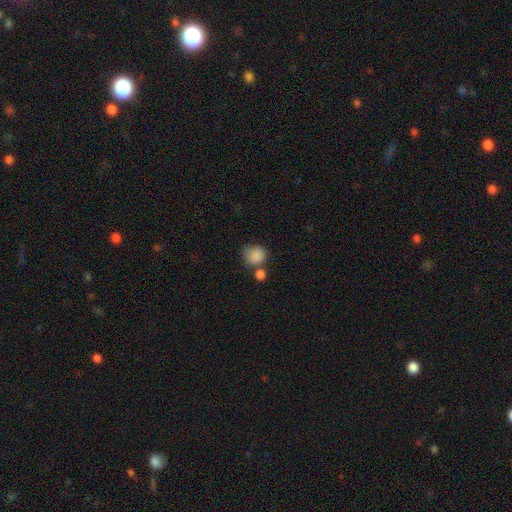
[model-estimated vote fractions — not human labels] Smooth or featured?
  - smooth: 86% *
  - star or artifact: 9%
  - featured or disk: 5%
How rounded?
  - round: 83% *
  - in between: 16%
  - cigar-shaped: 1%
Merging?
  - none: 55% *
  - merger: 24%
  - minor disturbance: 15%
  - major disturbance: 6%